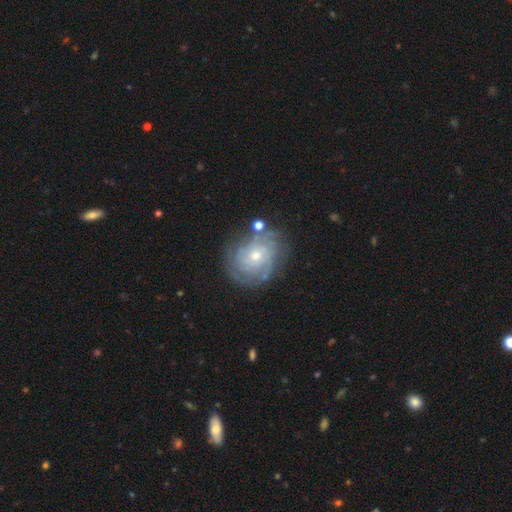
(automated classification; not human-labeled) Smooth or featured? Predicted: featured or disk (p=0.79). Edge-on disk? Predicted: no (p=0.97). Bar? Predicted: no (p=0.77). Spiral arms? Predicted: yes (p=0.93). Spiral winding? Predicted: tight (p=0.72). Spiral arm count? Predicted: can't tell (p=0.40). Bulge size? Predicted: small (p=0.56). Merging? Predicted: none (p=0.76).